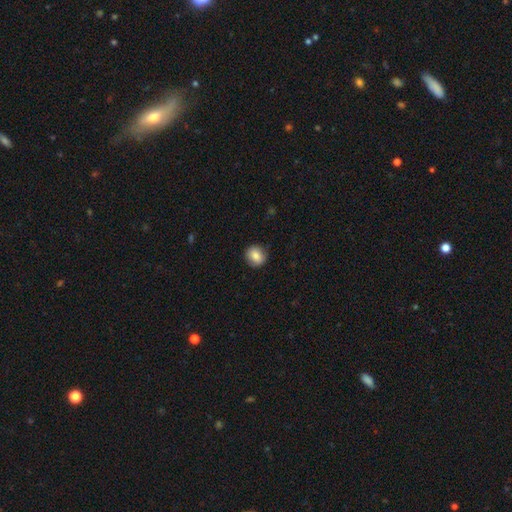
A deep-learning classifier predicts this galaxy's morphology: type=smooth (84%); roundness=round (83%); merging=none (86%).